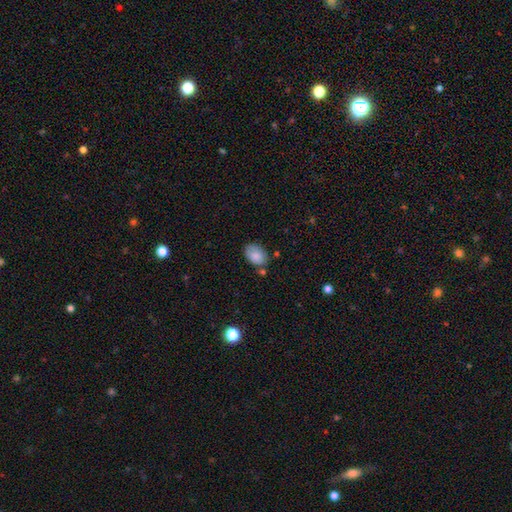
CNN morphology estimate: Smooth or featured? smooth (85%)
How rounded? in between (83%)
Merging? none (67%)